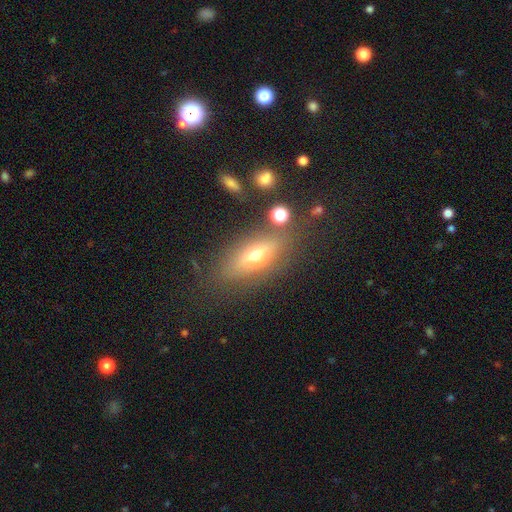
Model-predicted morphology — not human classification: smooth_or_featured: smooth (p=0.55) [alt: featured or disk p=0.33]
how_rounded: in between (p=0.66) [alt: cigar-shaped p=0.27]
merging: none (p=0.76) [alt: minor disturbance p=0.14]